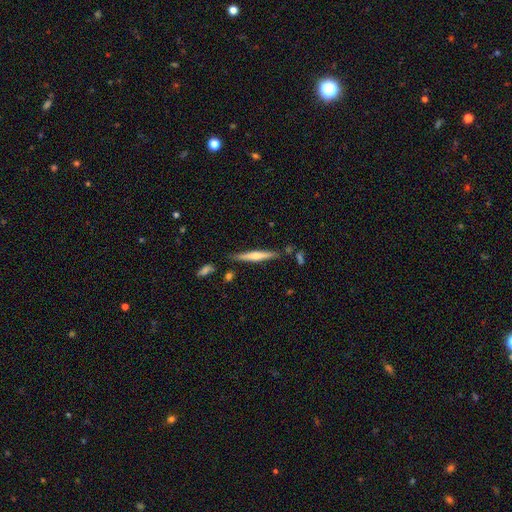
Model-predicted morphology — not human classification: Smooth or featured? Predicted: featured or disk (p=0.50). Edge-on disk? Predicted: yes (p=0.97). Merging? Predicted: none (p=0.83).